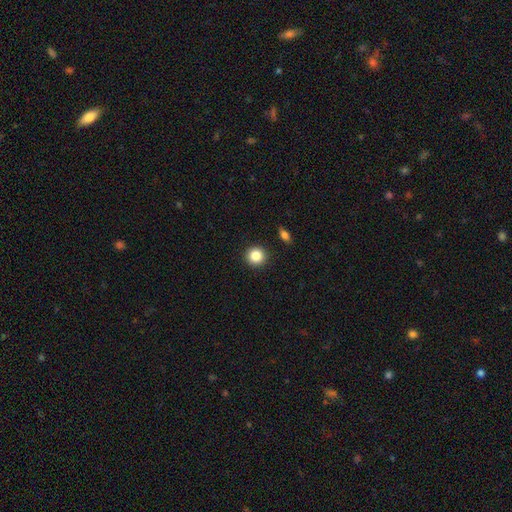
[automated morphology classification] Smooth or featured? Predicted: smooth (p=0.86). How rounded? Predicted: round (p=0.94). Merging? Predicted: none (p=0.92).